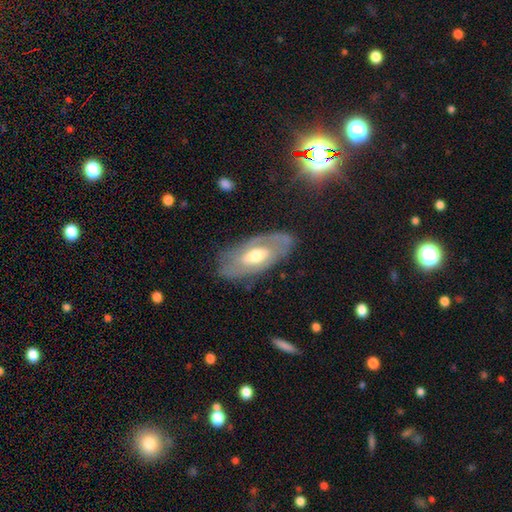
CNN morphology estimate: type=featured or disk (67%); edge-on=no (86%); bar=no (62%); spiral arms=yes (55%); bulge=moderate (68%); merging=none (75%).